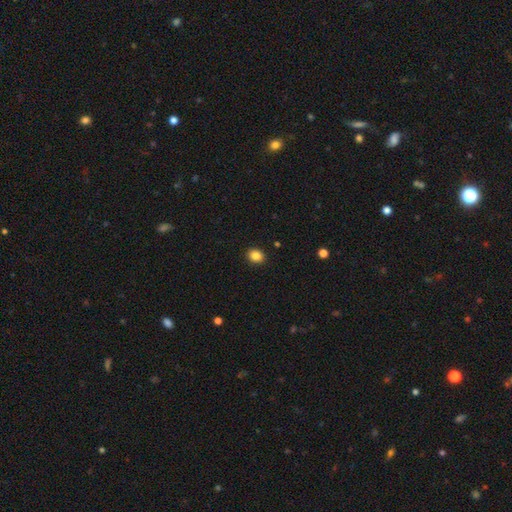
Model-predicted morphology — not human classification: Overall: smooth (86%). How rounded: round (59%; in between 40%). Merging: none (91%).